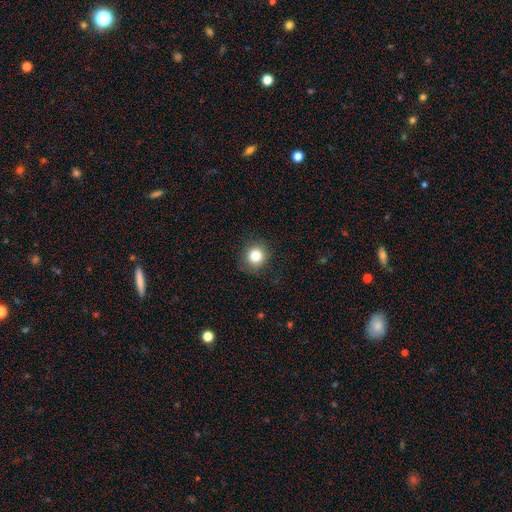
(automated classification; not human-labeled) smooth_or_featured: smooth (p=0.84) [alt: star or artifact p=0.11]
how_rounded: round (p=0.89) [alt: in between p=0.10]
merging: none (p=0.85) [alt: minor disturbance p=0.10]